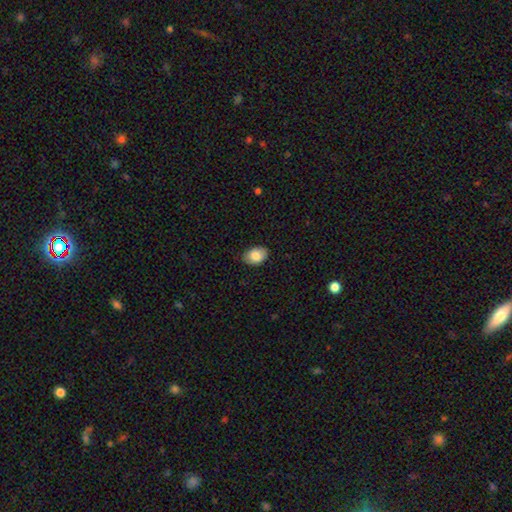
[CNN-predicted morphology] smooth-or-featured: smooth: 84% | featured or disk: 8% | star or artifact: 7%
  how-rounded: in between: 81% | round: 18% | cigar-shaped: 1%
  merging: none: 84% | minor disturbance: 13% | major disturbance: 2% | merger: 1%